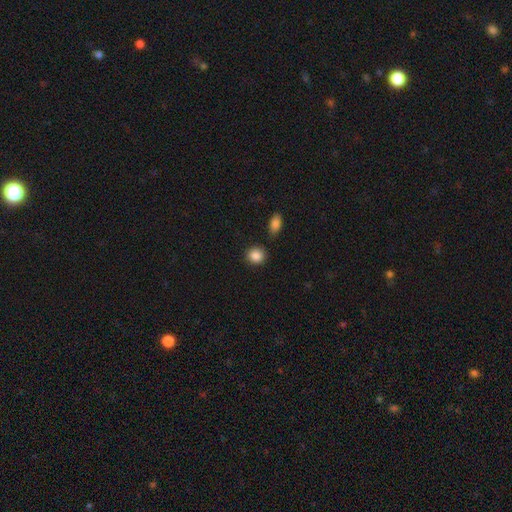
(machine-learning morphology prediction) Smooth or featured? smooth (88%)
How rounded? round (76%)
Merging? none (83%)